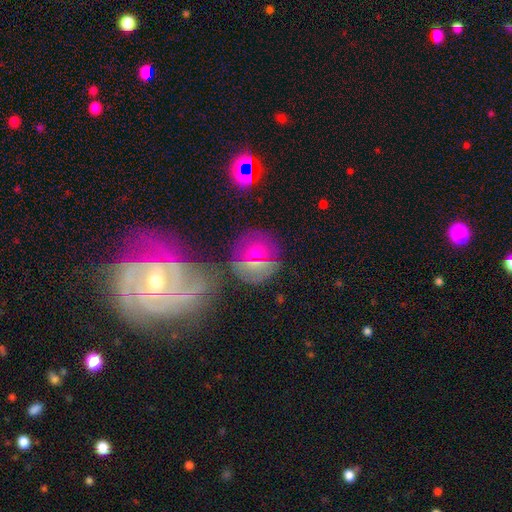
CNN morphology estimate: smooth 42%, featured or disk 36%, star or artifact 22%. Down the decision tree: merging — none (59%).